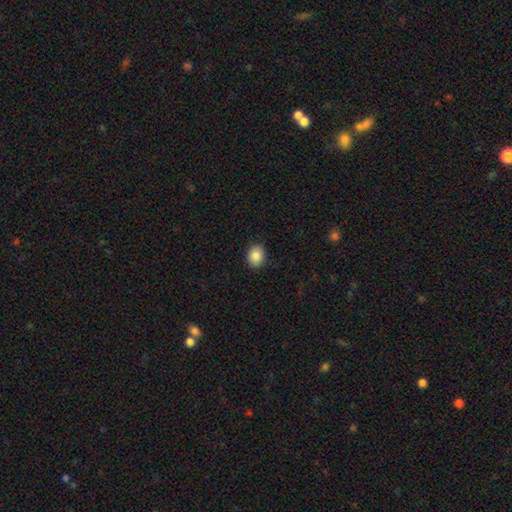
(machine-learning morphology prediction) A smooth galaxy with no disk features (87%) that is round (53%).

Vote fractions:
- Smooth or featured? smooth: 87% / star or artifact: 8% / featured or disk: 5%
- How rounded? round: 53% / in between: 46% / cigar-shaped: 1%
- Merging? none: 90% / minor disturbance: 7% / major disturbance: 2% / merger: 1%